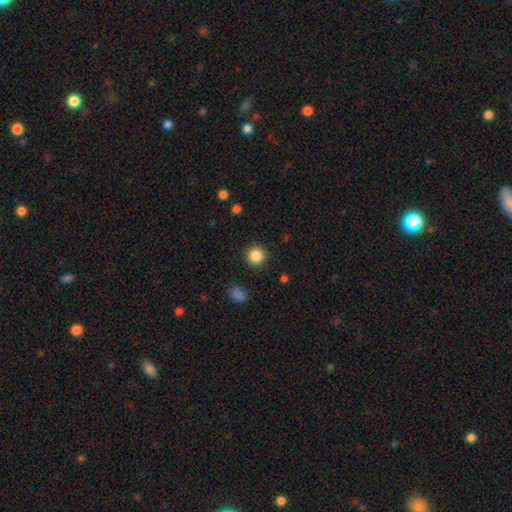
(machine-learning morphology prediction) A smooth galaxy with no disk features (86%) that is round (94%).

Vote fractions:
- Smooth or featured? smooth: 86% / star or artifact: 10% / featured or disk: 4%
- How rounded? round: 94% / in between: 5% / cigar-shaped: 1%
- Merging? none: 90% / minor disturbance: 6% / major disturbance: 2% / merger: 1%